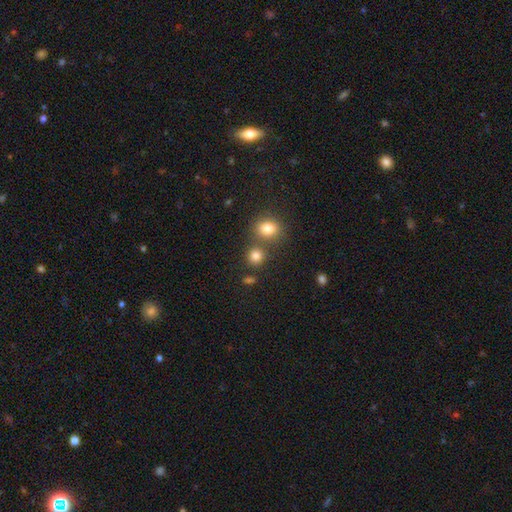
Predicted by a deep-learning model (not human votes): Smooth or featured?
  - smooth: 81% *
  - star or artifact: 13%
  - featured or disk: 6%
How rounded?
  - round: 83% *
  - in between: 16%
  - cigar-shaped: 1%
Merging?
  - none: 67% *
  - merger: 22%
  - minor disturbance: 8%
  - major disturbance: 3%